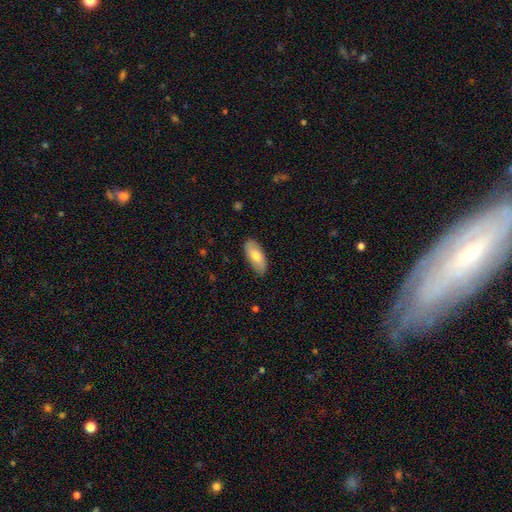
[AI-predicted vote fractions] The model was most divided on "smooth or featured": smooth: 66%, featured or disk: 28%, star or artifact: 6%. More confident: how rounded — in between (86%); merging — none (84%).